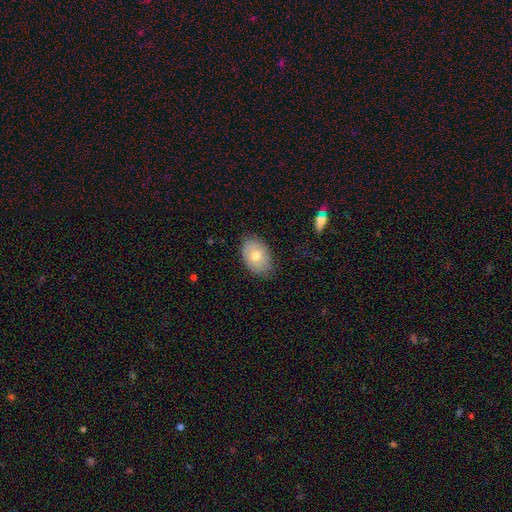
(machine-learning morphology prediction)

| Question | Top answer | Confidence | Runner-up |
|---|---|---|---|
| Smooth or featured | smooth | 67% | featured or disk (26%) |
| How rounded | in between | 86% | round (13%) |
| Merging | none | 79% | minor disturbance (17%) |